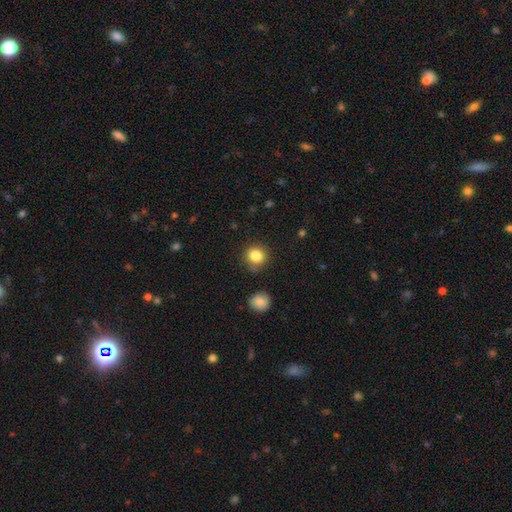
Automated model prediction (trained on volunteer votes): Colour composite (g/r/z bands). It shows a smooth galaxy with no disk features (84%) that is round (87%). Merging: none (84%).